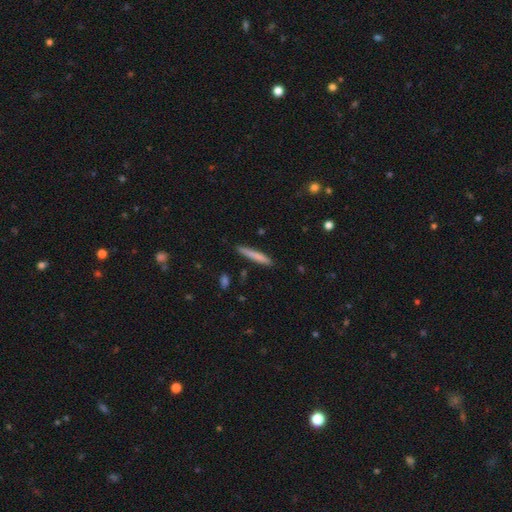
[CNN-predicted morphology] Overall: smooth (74%). How rounded: cigar-shaped (95%). Merging: none (86%).